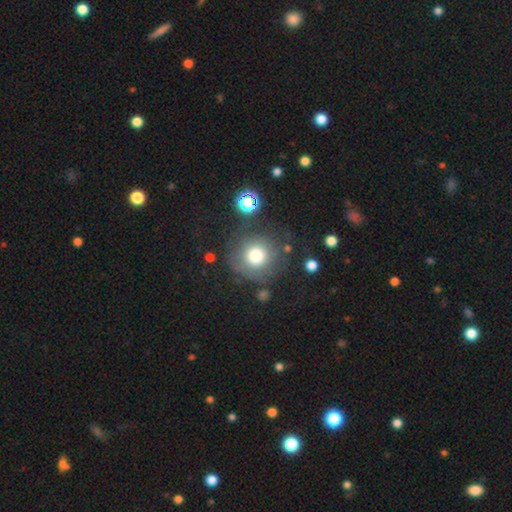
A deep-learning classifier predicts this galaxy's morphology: Q: Smooth or featured?
A: smooth (72%); runner-up: featured or disk (16%)
Q: How rounded?
A: round (93%); runner-up: in between (6%)
Q: Merging?
A: none (72%); runner-up: minor disturbance (14%)